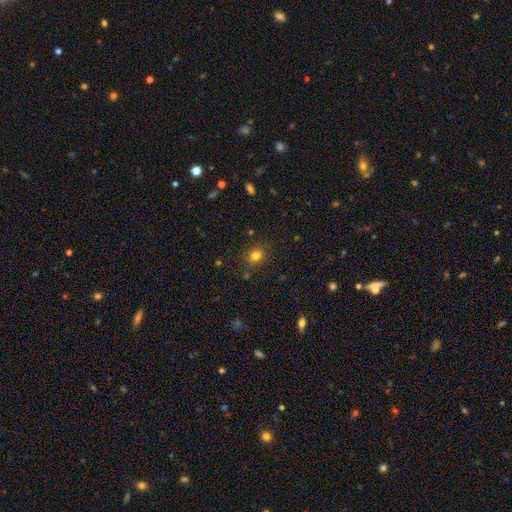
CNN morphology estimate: A smooth galaxy with no disk features (79%) that is round (68%). Merging: none (84%).